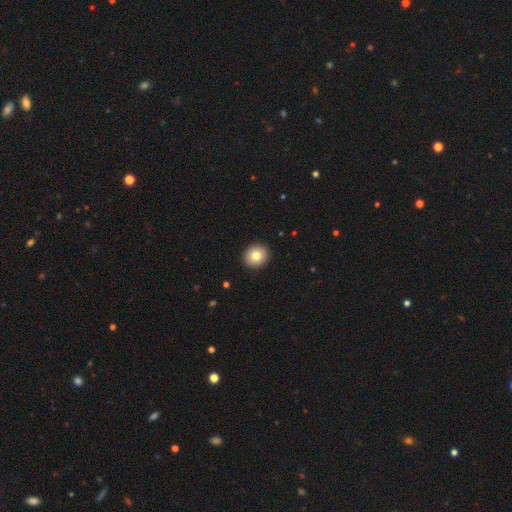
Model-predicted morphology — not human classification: Smooth or featured? Predicted: smooth (p=0.81). How rounded? Predicted: round (p=0.84). Merging? Predicted: none (p=0.93).